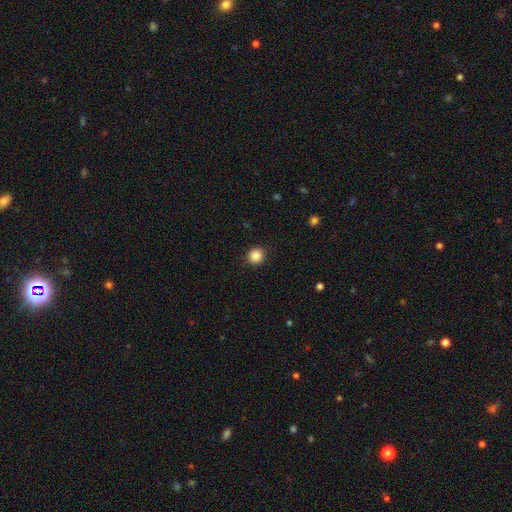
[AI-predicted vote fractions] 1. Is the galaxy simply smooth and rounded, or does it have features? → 87% smooth, 10% star or artifact, 3% featured or disk.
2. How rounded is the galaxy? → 93% round, 6% in between, 1% cigar-shaped.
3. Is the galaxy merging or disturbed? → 90% none, 7% minor disturbance, 2% major disturbance, 1% merger.